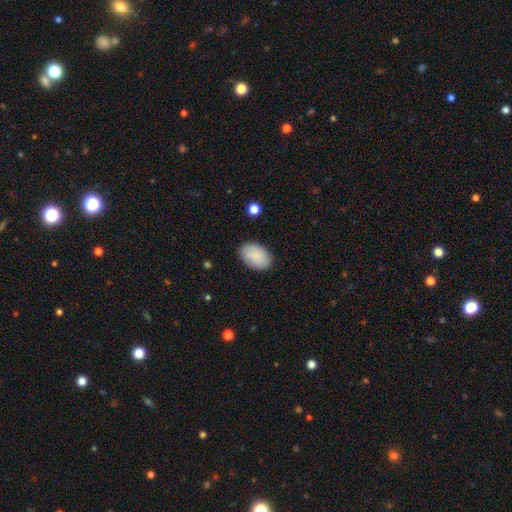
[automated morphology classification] The model was most divided on "smooth or featured": smooth: 79%, featured or disk: 14%, star or artifact: 7%. More confident: how rounded — in between (90%); merging — none (86%).